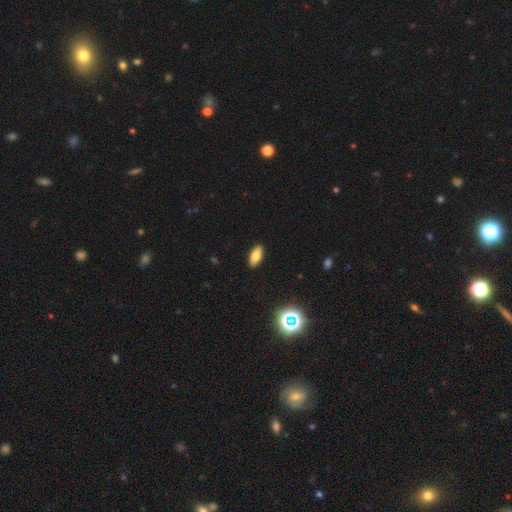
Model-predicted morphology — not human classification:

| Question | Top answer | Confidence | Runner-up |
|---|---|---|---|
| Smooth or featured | smooth | 74% | featured or disk (15%) |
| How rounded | in between | 87% | cigar-shaped (10%) |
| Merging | none | 90% | minor disturbance (7%) |